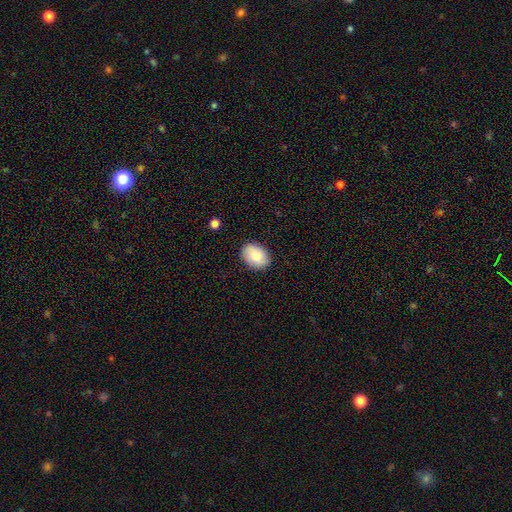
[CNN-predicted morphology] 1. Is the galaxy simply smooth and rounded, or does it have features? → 82% smooth, 11% featured or disk, 7% star or artifact.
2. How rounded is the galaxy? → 75% in between, 24% round, 1% cigar-shaped.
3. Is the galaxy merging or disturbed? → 87% none, 10% minor disturbance, 2% major disturbance, 1% merger.